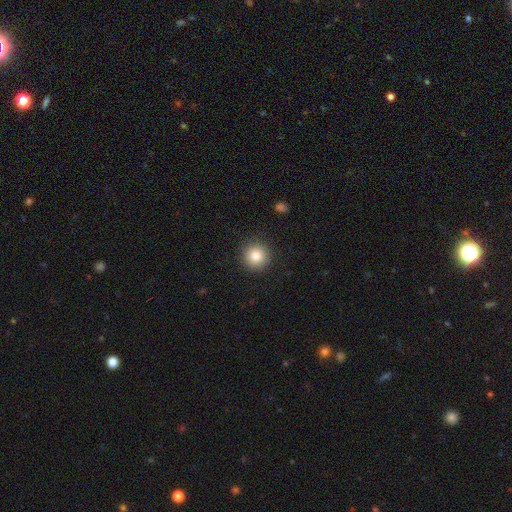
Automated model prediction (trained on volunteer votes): This appears to be a smooth galaxy with no disk features (83%) that is round (95%). Merging: none (91%).